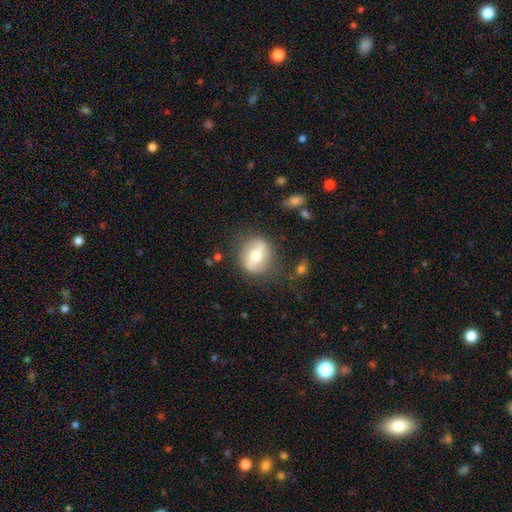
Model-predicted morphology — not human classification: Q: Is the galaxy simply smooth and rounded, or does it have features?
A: featured or disk — 48%.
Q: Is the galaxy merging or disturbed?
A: none — 76%.